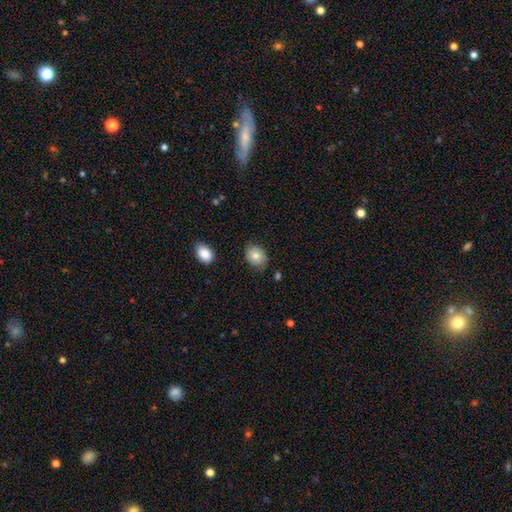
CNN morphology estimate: smooth-or-featured: smooth: 81% | featured or disk: 11% | star or artifact: 8%
  how-rounded: in between: 51% | round: 48% | cigar-shaped: 1%
  merging: none: 79% | minor disturbance: 16% | major disturbance: 3% | merger: 2%